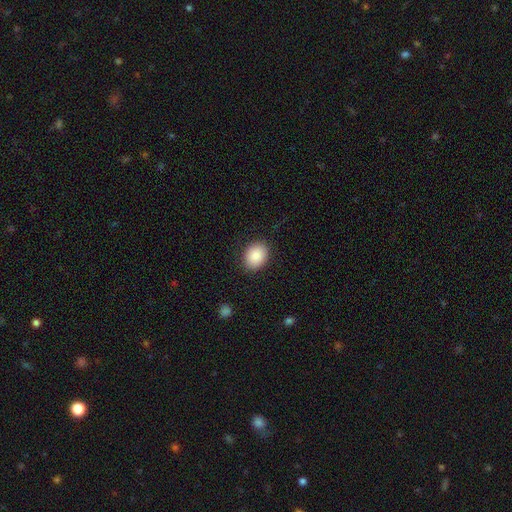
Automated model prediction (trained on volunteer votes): Smooth or featured?
  - smooth: 88% *
  - star or artifact: 7%
  - featured or disk: 5%
How rounded?
  - in between: 58% *
  - round: 41%
  - cigar-shaped: 1%
Merging?
  - none: 87% *
  - minor disturbance: 9%
  - major disturbance: 3%
  - merger: 1%